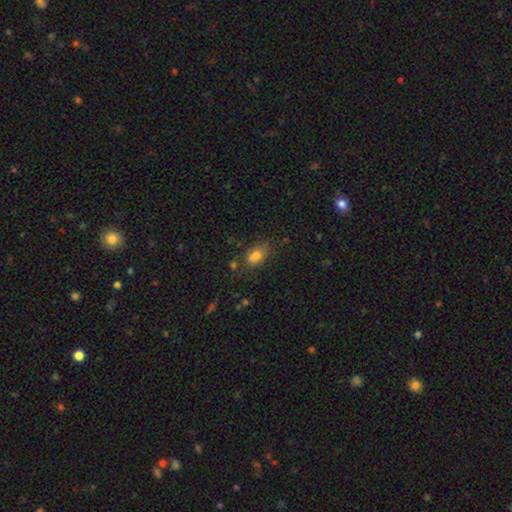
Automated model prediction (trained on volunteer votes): smooth_or_featured: smooth (p=0.69) [alt: star or artifact p=0.17]
how_rounded: in between (p=0.77) [alt: round p=0.18]
merging: none (p=0.52) [alt: minor disturbance p=0.23]